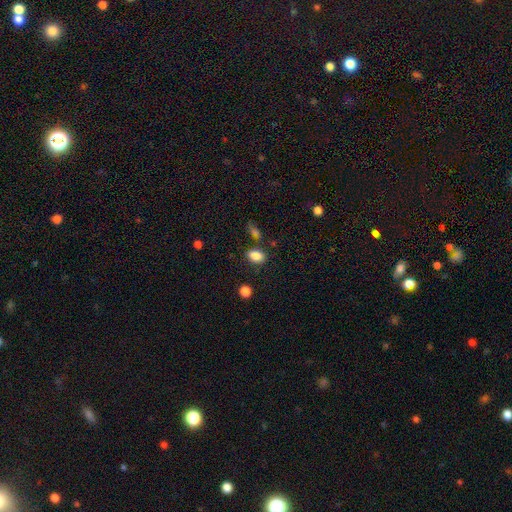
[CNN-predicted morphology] This appears to be a smooth galaxy with no disk features (86%) that is in between round and cigar-shaped (83%). Merging: none (79%).